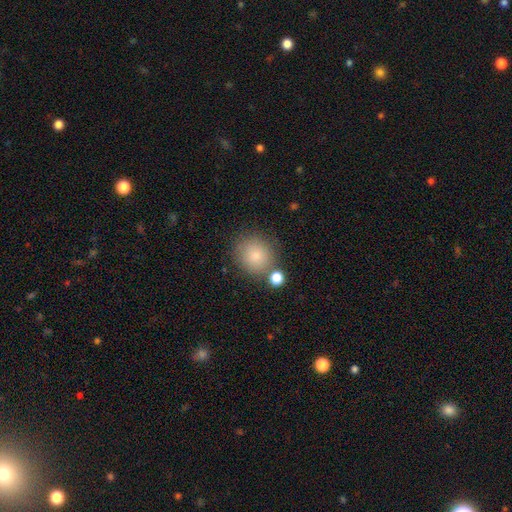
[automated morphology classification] Smooth or featured: smooth — 81% (star or artifact — 10%)
How rounded: round — 87% (in between — 12%)
Merging: none — 74% (minor disturbance — 12%)